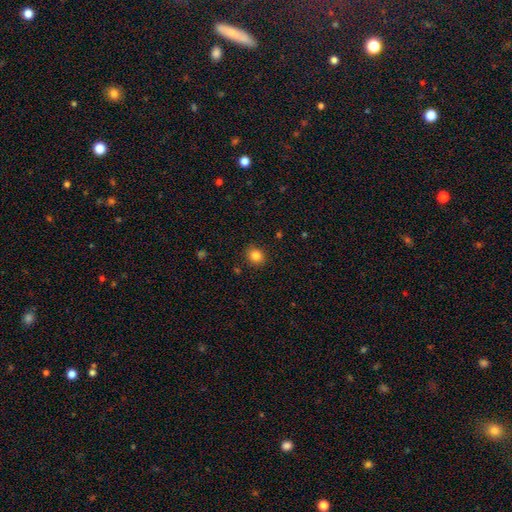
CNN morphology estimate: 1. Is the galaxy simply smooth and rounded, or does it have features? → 84% smooth, 11% star or artifact, 5% featured or disk.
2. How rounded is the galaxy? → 71% round, 28% in between, 1% cigar-shaped.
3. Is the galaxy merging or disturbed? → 88% none, 8% minor disturbance, 2% major disturbance, 1% merger.